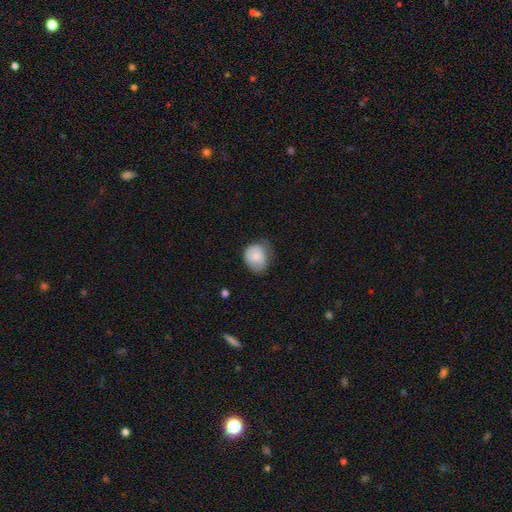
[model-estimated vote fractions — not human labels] This appears to be a smooth galaxy with no disk features (77%) that is round (58%). Merging: none (46%).